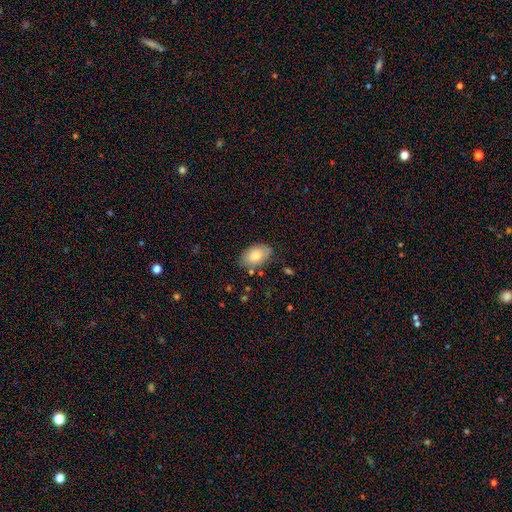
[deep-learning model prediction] smooth 80%, featured or disk 13%, star or artifact 6%. Down the decision tree: how rounded — in between (93%); merging — none (76%).